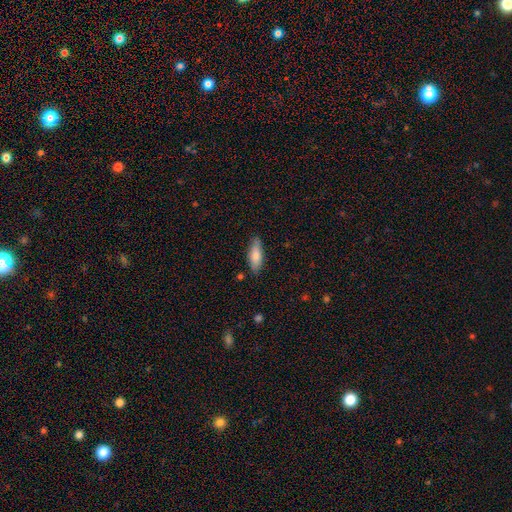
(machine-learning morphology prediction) smooth-or-featured: smooth: 79% | featured or disk: 15% | star or artifact: 6%
  how-rounded: in between: 63% | cigar-shaped: 35% | round: 2%
  merging: none: 84% | minor disturbance: 12% | major disturbance: 2% | merger: 2%